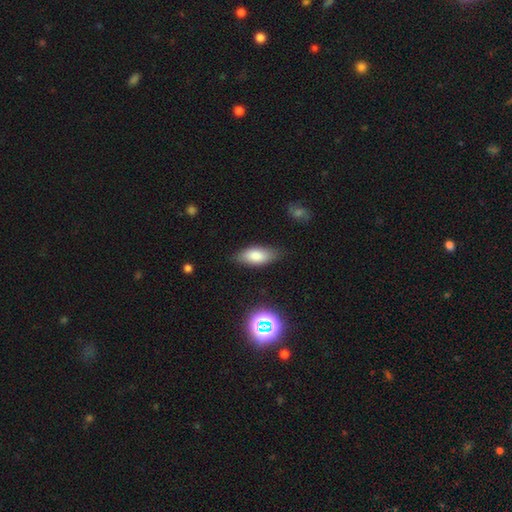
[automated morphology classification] Overall: smooth (81%). How rounded: in between (86%). Merging: none (79%).